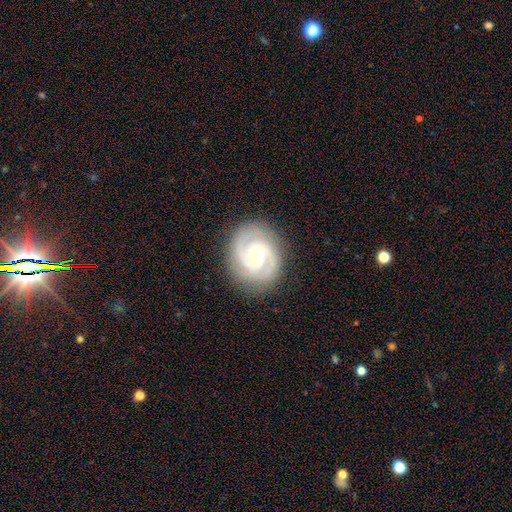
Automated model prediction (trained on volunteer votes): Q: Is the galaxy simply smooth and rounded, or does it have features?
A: featured or disk — 91%.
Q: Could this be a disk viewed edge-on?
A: no — 98%.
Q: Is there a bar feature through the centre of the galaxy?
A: no — 65%.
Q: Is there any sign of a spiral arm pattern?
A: yes — 98%.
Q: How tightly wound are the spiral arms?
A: tight — 72%.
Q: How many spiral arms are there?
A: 2 — 64%.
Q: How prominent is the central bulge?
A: small — 62%.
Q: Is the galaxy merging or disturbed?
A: none — 86%.